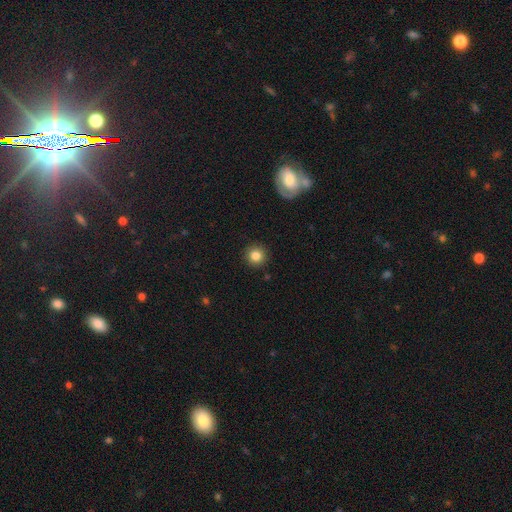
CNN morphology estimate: Smooth or featured? smooth (84%)
How rounded? round (94%)
Merging? none (91%)